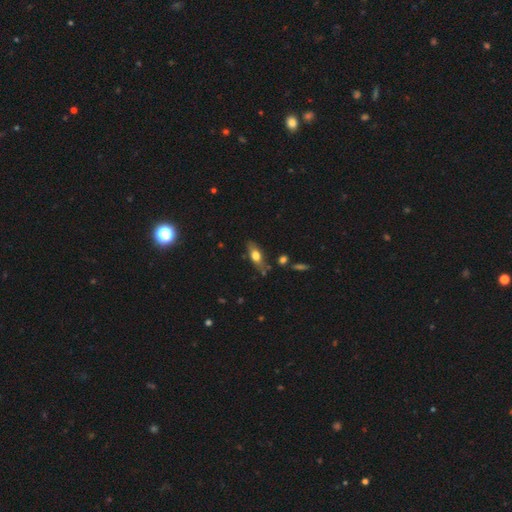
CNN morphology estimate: The model was most divided on "smooth or featured": smooth: 56%, featured or disk: 36%, star or artifact: 8%. More confident: merging — none (72%); how rounded — in between (64%).